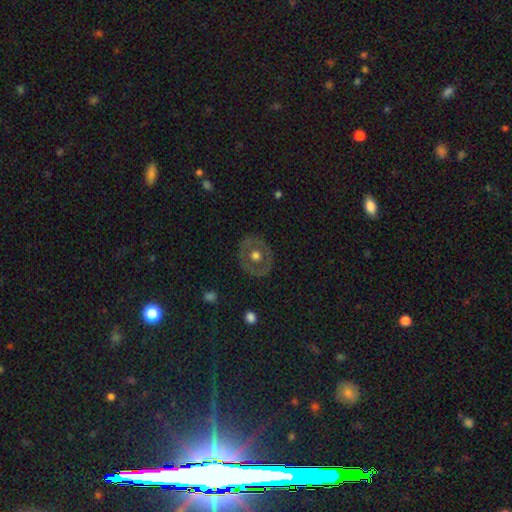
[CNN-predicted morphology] Smooth or featured? featured or disk (49%)
Merging? none (82%)